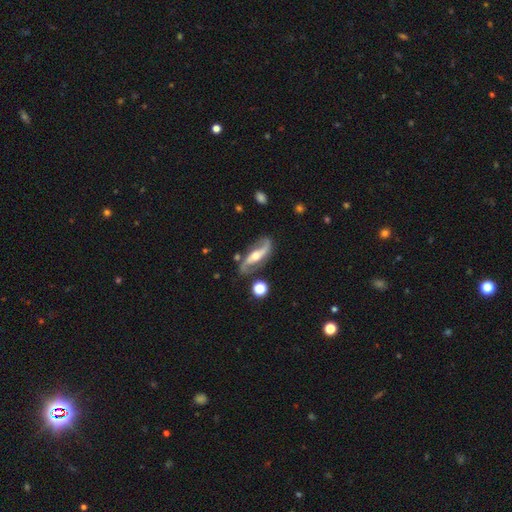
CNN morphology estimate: Smooth or featured? featured or disk (86%)
Edge-on disk? no (89%)
Bar? strong (38%)
Spiral arms? yes (95%)
Spiral winding? loose (58%)
Spiral arm count? 2 (92%)
Bulge size? moderate (64%)
Merging? none (76%)